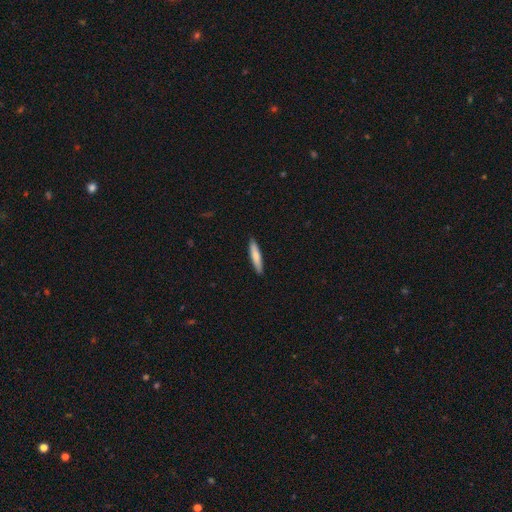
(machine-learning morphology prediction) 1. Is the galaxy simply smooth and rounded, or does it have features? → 77% smooth, 18% featured or disk, 5% star or artifact.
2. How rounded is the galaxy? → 87% cigar-shaped, 11% in between, 1% round.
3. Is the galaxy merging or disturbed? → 90% none, 7% minor disturbance, 1% major disturbance, 1% merger.